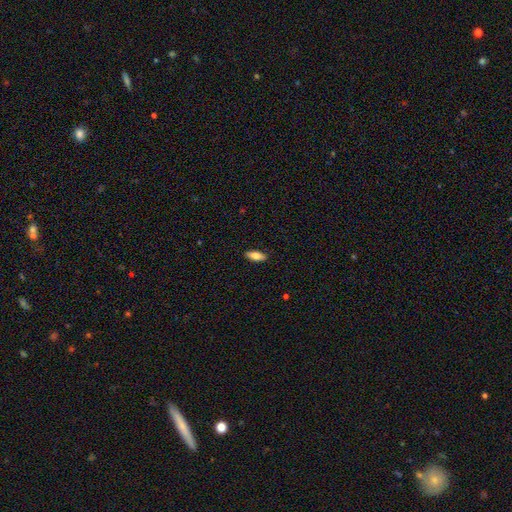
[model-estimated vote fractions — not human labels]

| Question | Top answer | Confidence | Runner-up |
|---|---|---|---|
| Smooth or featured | smooth | 74% | featured or disk (20%) |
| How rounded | in between | 73% | cigar-shaped (25%) |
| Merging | none | 89% | minor disturbance (8%) |